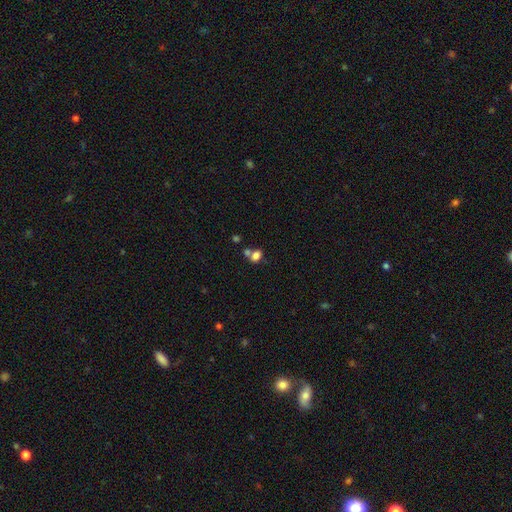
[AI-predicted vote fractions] This appears to be a smooth galaxy with no disk features (78%) that is in between round and cigar-shaped (71%). Merging: none (43%).